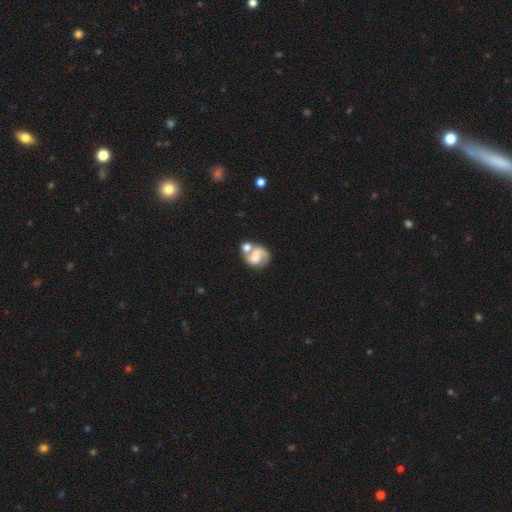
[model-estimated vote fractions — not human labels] featured or disk 63%, smooth 28%, star or artifact 8%. Down the decision tree: edge-on disk — no (98%); bar — no (48%); spiral arms — yes (84%); spiral arm count — 2 (65%); spiral winding — medium (43%); bulge size — none (42%); merging — merger (37%).